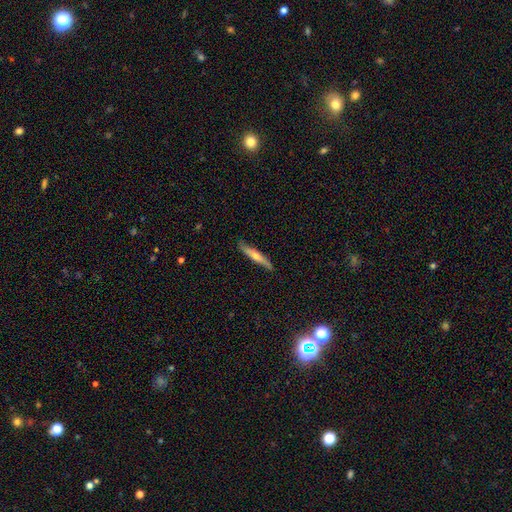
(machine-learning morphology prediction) The model was most divided on "smooth or featured": featured or disk: 58%, smooth: 35%, star or artifact: 7%. More confident: edge-on disk — yes (91%); merging — none (85%); edge-on bulge — rounded (85%).